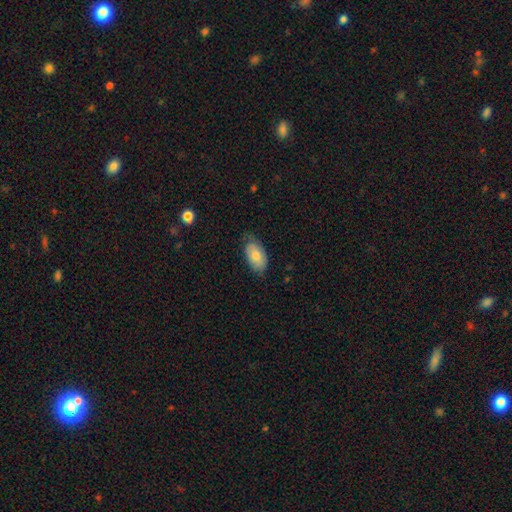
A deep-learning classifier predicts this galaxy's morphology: Q: Smooth or featured?
A: smooth (71%); runner-up: featured or disk (23%)
Q: How rounded?
A: in between (94%); runner-up: round (4%)
Q: Merging?
A: none (64%); runner-up: minor disturbance (28%)